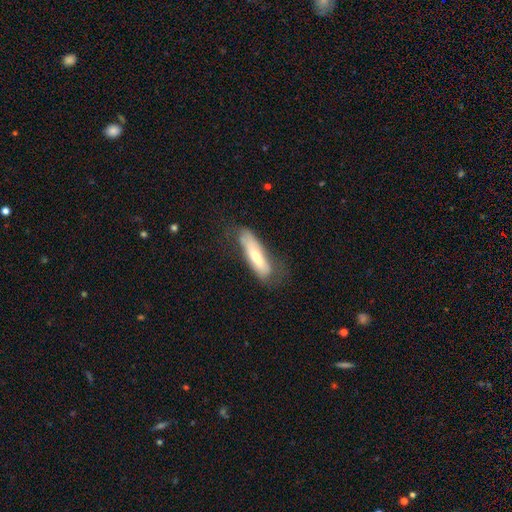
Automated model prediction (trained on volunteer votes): Q: Smooth or featured?
A: smooth (51%); runner-up: featured or disk (42%)
Q: How rounded?
A: cigar-shaped (58%); runner-up: in between (40%)
Q: Merging?
A: none (55%); runner-up: minor disturbance (26%)